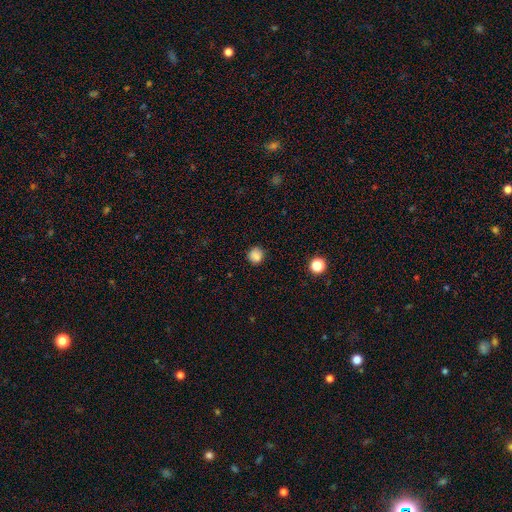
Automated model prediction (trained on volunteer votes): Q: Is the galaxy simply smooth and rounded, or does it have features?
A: smooth — 84%.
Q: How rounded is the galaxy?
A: round — 88%.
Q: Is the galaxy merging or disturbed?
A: none — 83%.